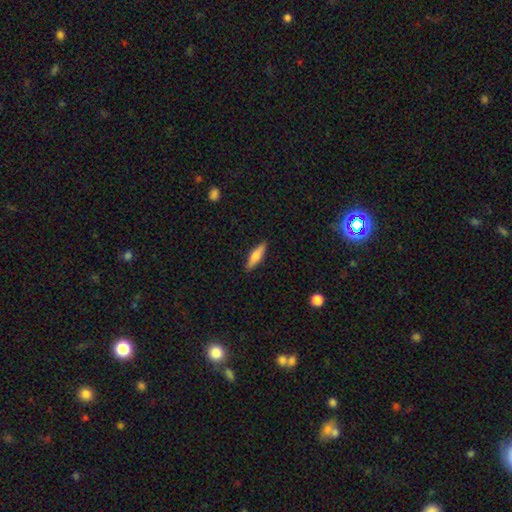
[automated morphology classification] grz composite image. It shows a smooth galaxy with no disk features (69%) that is cigar-shaped (69%). Merging: none (89%).